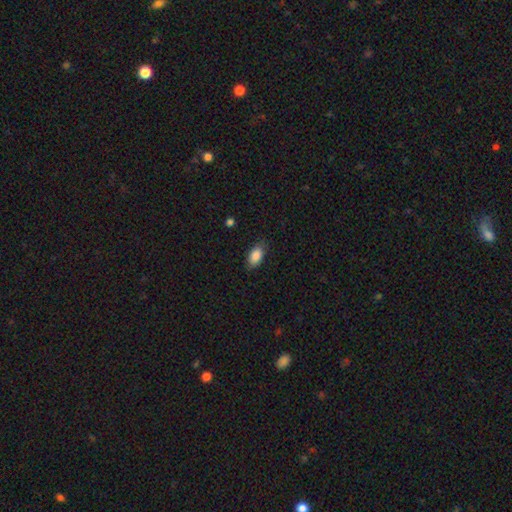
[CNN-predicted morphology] type=smooth (87%); roundness=in between (91%); merging=none (82%).